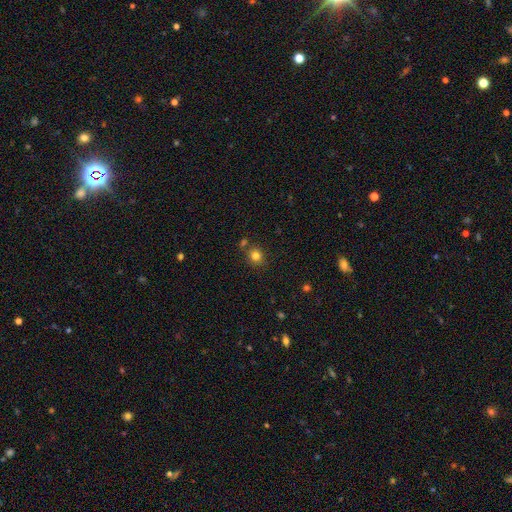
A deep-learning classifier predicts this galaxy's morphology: smooth 81%, star or artifact 13%, featured or disk 6%. Down the decision tree: how rounded — round (81%); merging — none (76%).